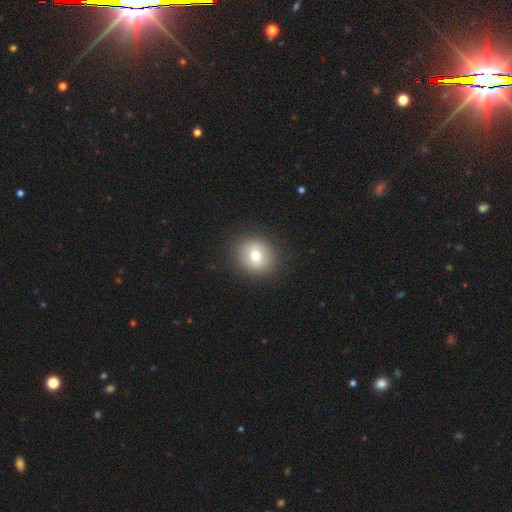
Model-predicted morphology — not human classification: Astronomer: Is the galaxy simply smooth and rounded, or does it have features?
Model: smooth — 73%.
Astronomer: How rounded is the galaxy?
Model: round — 84%.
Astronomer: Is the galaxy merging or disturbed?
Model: none — 90%.